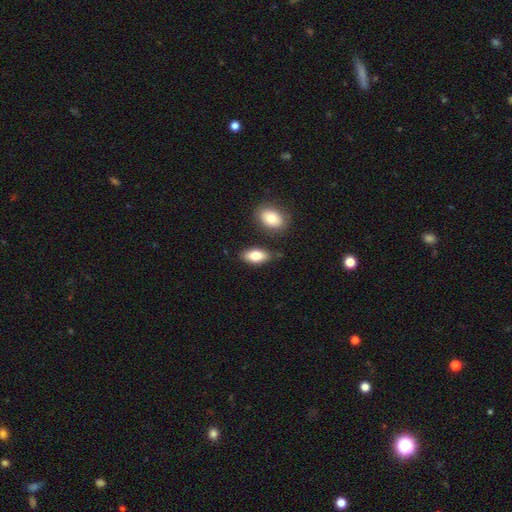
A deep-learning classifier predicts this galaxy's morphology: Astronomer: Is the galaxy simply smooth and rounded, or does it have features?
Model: smooth — 79%.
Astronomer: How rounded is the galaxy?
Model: in between — 90%.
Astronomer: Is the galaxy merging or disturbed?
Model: none — 77%.